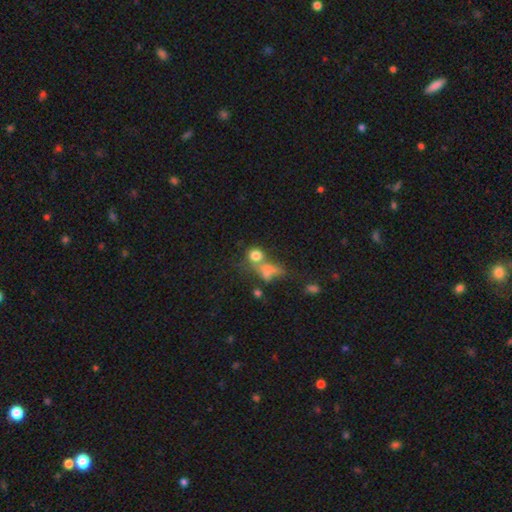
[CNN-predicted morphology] smooth-or-featured: smooth: 74% | star or artifact: 14% | featured or disk: 12%
  how-rounded: round: 77% | in between: 21% | cigar-shaped: 3%
  merging: merger: 41% | none: 37% | major disturbance: 12% | minor disturbance: 10%